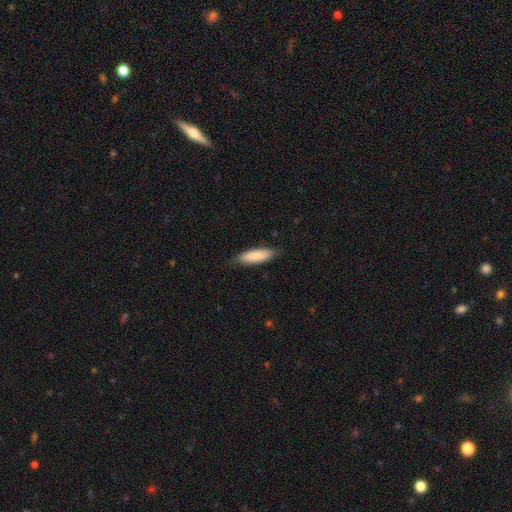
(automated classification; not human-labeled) Morphology: type=smooth (86%); roundness=in between (53%); merging=none (82%).